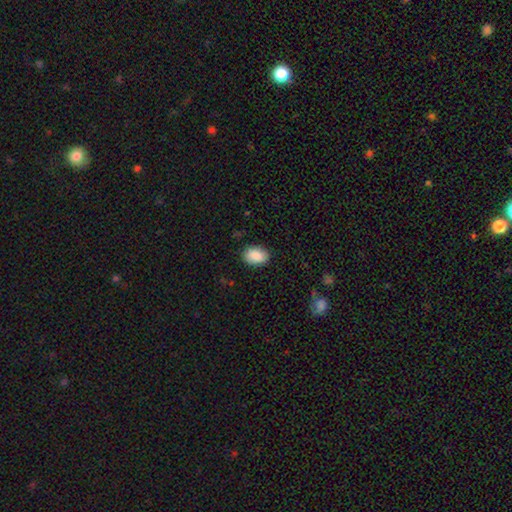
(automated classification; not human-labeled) Smooth or featured?
  - smooth: 89% *
  - star or artifact: 7%
  - featured or disk: 4%
How rounded?
  - in between: 85% *
  - round: 14%
  - cigar-shaped: 1%
Merging?
  - none: 87% *
  - minor disturbance: 10%
  - major disturbance: 2%
  - merger: 1%